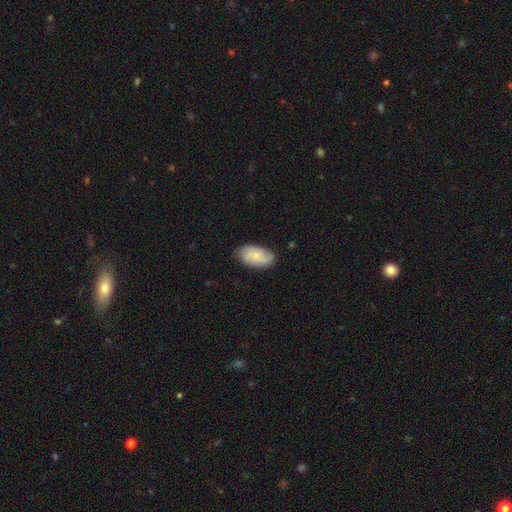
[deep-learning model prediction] Smooth or featured?
  - smooth: 65% *
  - featured or disk: 28%
  - star or artifact: 6%
How rounded?
  - in between: 94% *
  - round: 4%
  - cigar-shaped: 2%
Merging?
  - none: 76% *
  - minor disturbance: 19%
  - major disturbance: 4%
  - merger: 1%